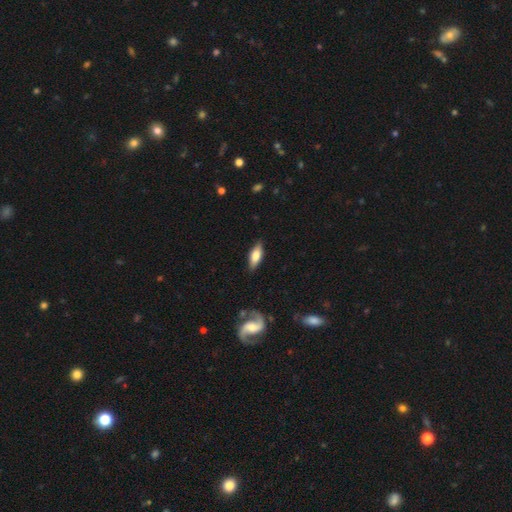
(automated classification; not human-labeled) Smooth or featured?
  - smooth: 67% *
  - featured or disk: 27%
  - star or artifact: 6%
How rounded?
  - in between: 68% *
  - cigar-shaped: 30%
  - round: 3%
Merging?
  - none: 84% *
  - minor disturbance: 12%
  - major disturbance: 2%
  - merger: 2%